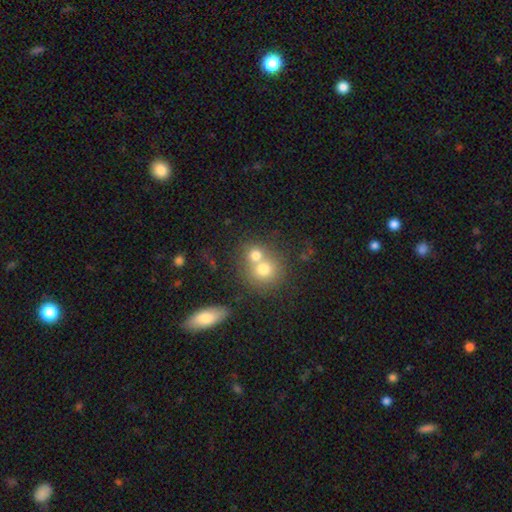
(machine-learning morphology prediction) Smooth or featured? Predicted: smooth (p=0.71). How rounded? Predicted: round (p=0.80). Merging? Predicted: merger (p=0.59).